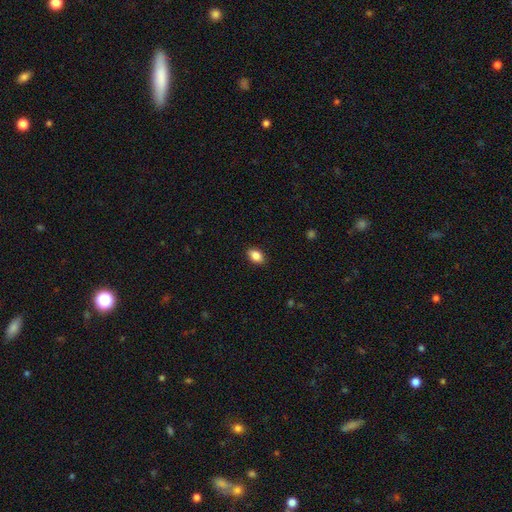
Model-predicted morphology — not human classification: This is clearly a smooth galaxy (87%). How rounded: clearly in between (86%). Merging: clearly none (89%).